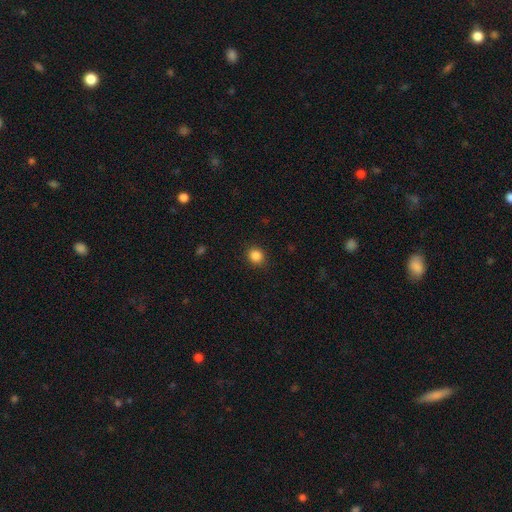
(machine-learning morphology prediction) Smooth or featured: smooth — 86% (star or artifact — 11%)
How rounded: round — 78% (in between — 21%)
Merging: none — 90% (minor disturbance — 7%)